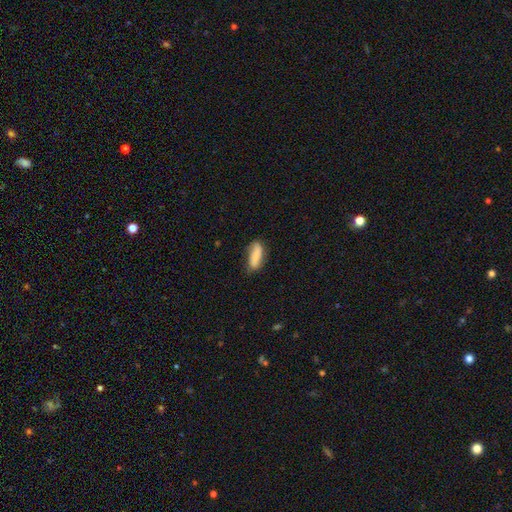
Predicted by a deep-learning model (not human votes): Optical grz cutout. It shows a smooth galaxy with no disk features (81%) that is in between round and cigar-shaped (65%). Merging: none (67%).